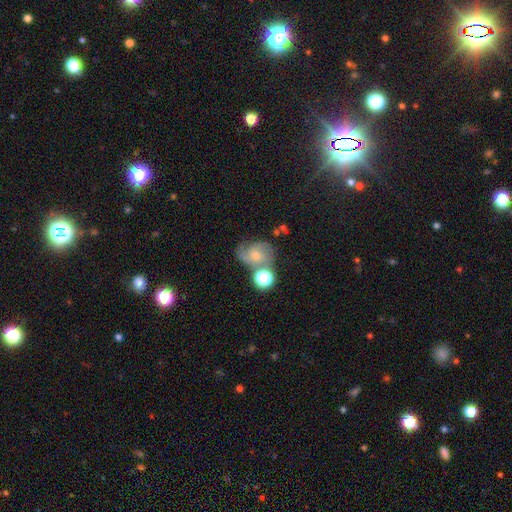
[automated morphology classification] A featured or disk galaxy (57%) with no bar (64%), spiral arms (89%) and a small central bulge (50%). Merging: none (43%).